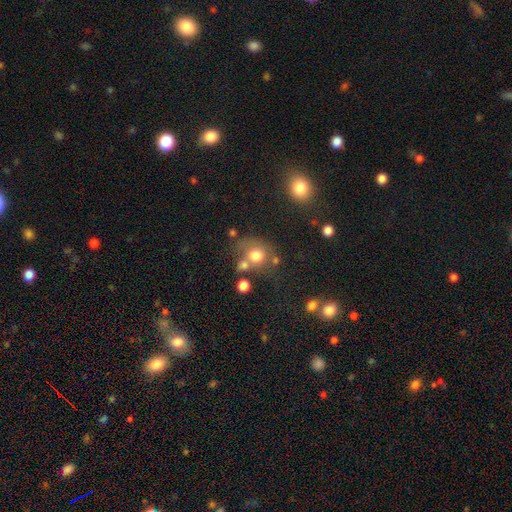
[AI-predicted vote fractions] Smooth or featured: smooth — 72% (featured or disk — 15%)
How rounded: round — 76% (in between — 23%)
Merging: none — 47% (merger — 26%)